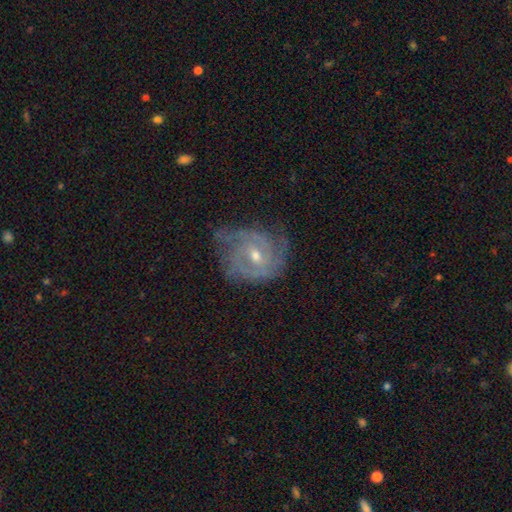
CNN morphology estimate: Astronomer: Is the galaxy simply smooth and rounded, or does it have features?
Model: featured or disk — 84%.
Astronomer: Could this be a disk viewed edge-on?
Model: no — 97%.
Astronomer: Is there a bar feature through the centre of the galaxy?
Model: weak — 48% (runner-up: no, 41%).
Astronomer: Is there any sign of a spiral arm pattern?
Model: yes — 93%.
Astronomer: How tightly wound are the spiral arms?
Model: tight — 60%.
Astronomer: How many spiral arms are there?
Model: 2 — 33% (runner-up: can't tell, 29%).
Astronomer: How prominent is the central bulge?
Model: moderate — 57% (runner-up: small, 39%).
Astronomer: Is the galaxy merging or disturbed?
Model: none — 59%.